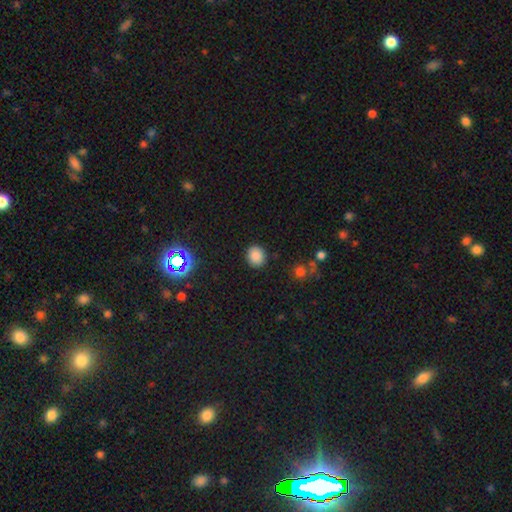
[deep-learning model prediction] smooth_or_featured: smooth (p=0.84) [alt: star or artifact p=0.12]
how_rounded: round (p=0.79) [alt: in between p=0.20]
merging: none (p=0.89) [alt: minor disturbance p=0.07]